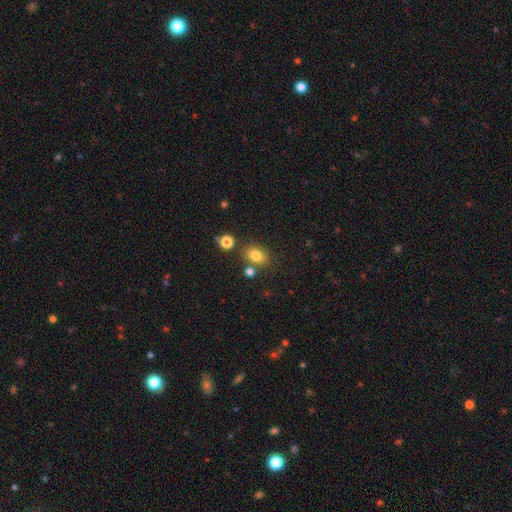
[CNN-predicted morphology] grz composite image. It shows a smooth galaxy with no disk features (80%) that is in between round and cigar-shaped (67%). Merging: none (72%).